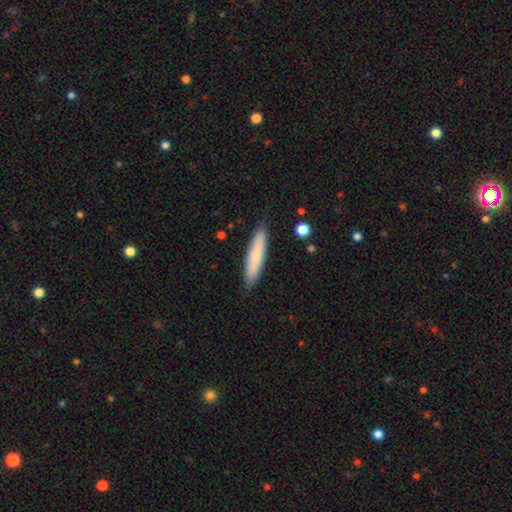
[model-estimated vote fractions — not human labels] Smooth or featured?
  - smooth: 69% *
  - featured or disk: 25%
  - star or artifact: 6%
How rounded?
  - cigar-shaped: 82% *
  - in between: 16%
  - round: 1%
Merging?
  - none: 85% *
  - minor disturbance: 11%
  - major disturbance: 2%
  - merger: 1%